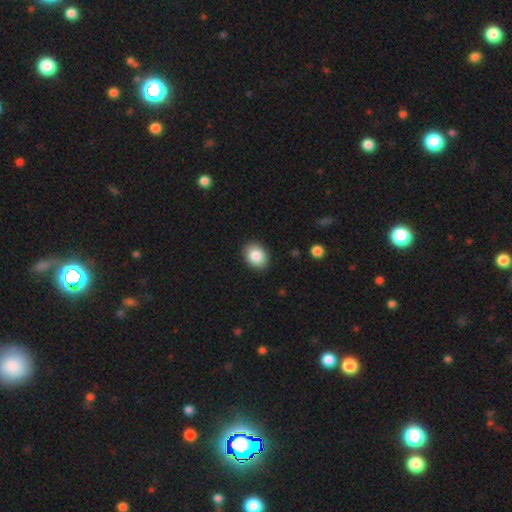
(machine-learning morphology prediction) smooth 86%, star or artifact 8%, featured or disk 7%. Down the decision tree: how rounded — in between (67%); merging — none (90%).